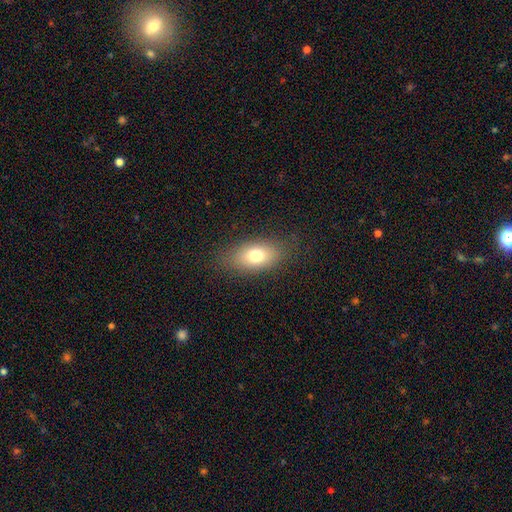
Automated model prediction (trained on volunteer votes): smooth 75%, featured or disk 15%, star or artifact 10%. Down the decision tree: how rounded — in between (86%); merging — none (83%).